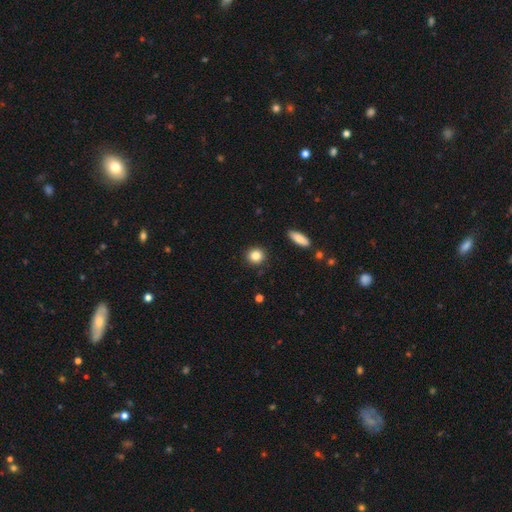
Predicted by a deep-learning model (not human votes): Q: Smooth or featured?
A: smooth (85%); runner-up: star or artifact (9%)
Q: How rounded?
A: round (87%); runner-up: in between (12%)
Q: Merging?
A: none (90%); runner-up: minor disturbance (6%)